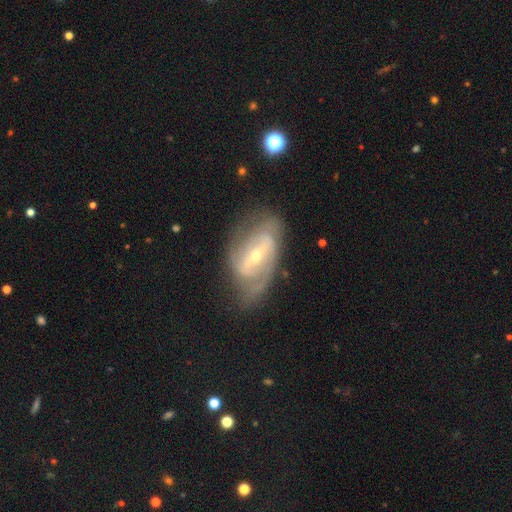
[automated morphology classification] Overall: featured or disk (84%). Edge-on disk: no (94%). Bar: strong (55%; weak 33%). Spiral arms: yes (88%). Spiral arm count: 2 (61%; can't tell 21%). Spiral winding: medium (44%; tight 37%). Bulge size: small (62%; moderate 35%). Merging: none (61%; minor disturbance 23%).